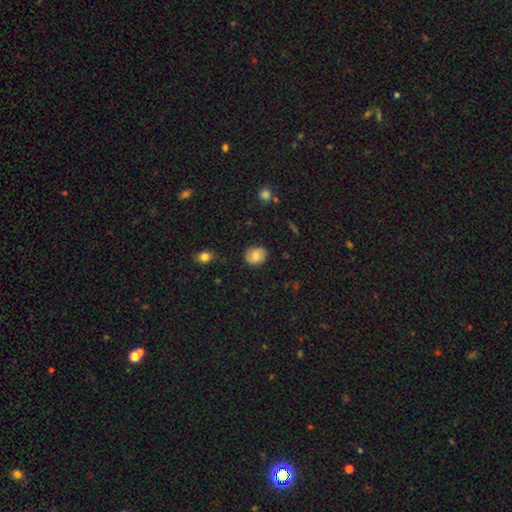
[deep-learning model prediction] smooth-or-featured: smooth: 76% | featured or disk: 15% | star or artifact: 8%
  how-rounded: round: 64% | in between: 35% | cigar-shaped: 1%
  merging: none: 83% | minor disturbance: 13% | major disturbance: 3% | merger: 1%